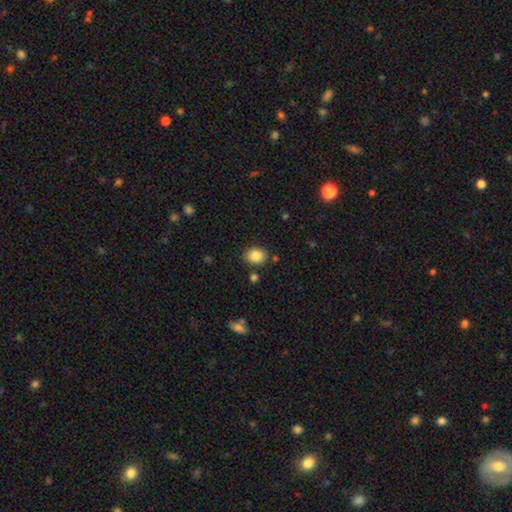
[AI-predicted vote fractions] Smooth or featured: smooth — 85% (star or artifact — 9%)
How rounded: round — 50% (in between — 49%)
Merging: none — 84% (minor disturbance — 10%)